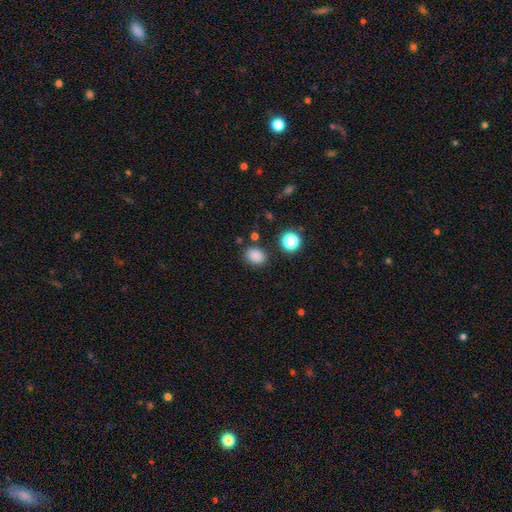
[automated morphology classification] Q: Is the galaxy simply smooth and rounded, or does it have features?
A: smooth — 84%.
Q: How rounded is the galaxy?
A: in between — 55%.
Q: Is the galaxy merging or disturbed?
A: none — 83%.